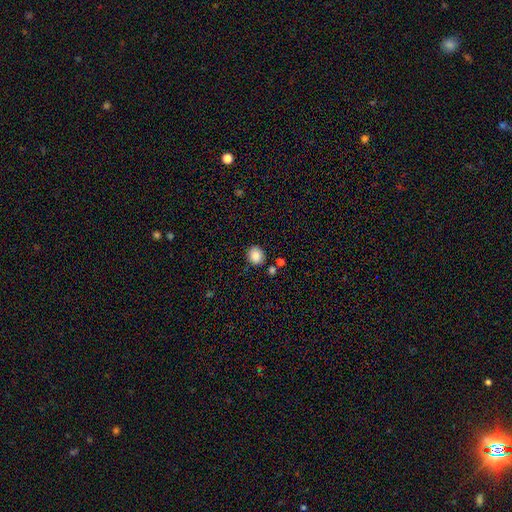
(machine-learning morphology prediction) A smooth galaxy with no disk features (87%) that is round (78%).

Vote fractions:
- Smooth or featured? smooth: 87% / star or artifact: 9% / featured or disk: 4%
- How rounded? round: 78% / in between: 21% / cigar-shaped: 1%
- Merging? none: 83% / minor disturbance: 9% / merger: 5% / major disturbance: 3%